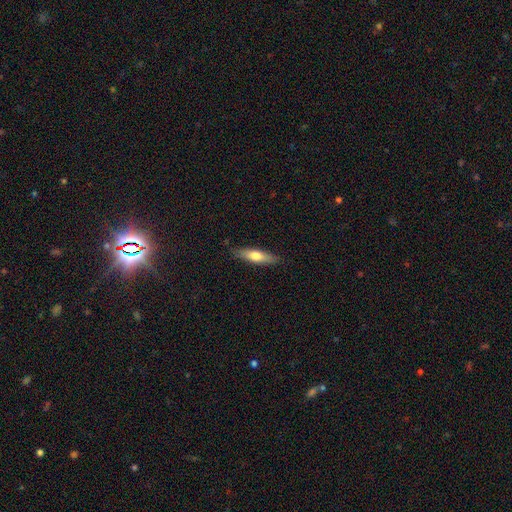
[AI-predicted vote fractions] This appears to be a smooth galaxy with no disk features (63%) that is cigar-shaped (67%). Merging: none (84%).